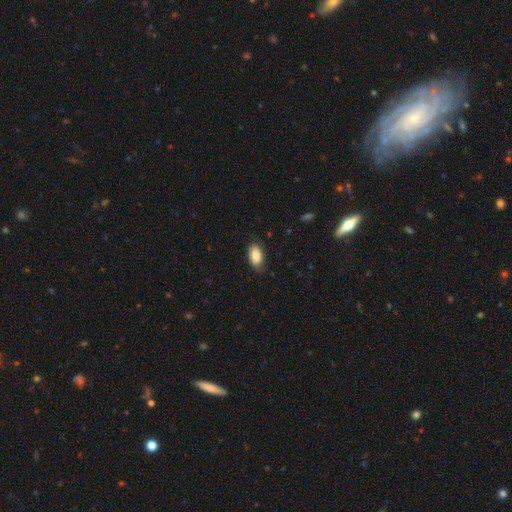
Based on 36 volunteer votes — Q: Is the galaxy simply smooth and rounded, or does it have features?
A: smooth — 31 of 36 (86%).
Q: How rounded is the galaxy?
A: in between — 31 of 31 (100%).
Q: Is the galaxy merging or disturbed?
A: none — 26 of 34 (76%).